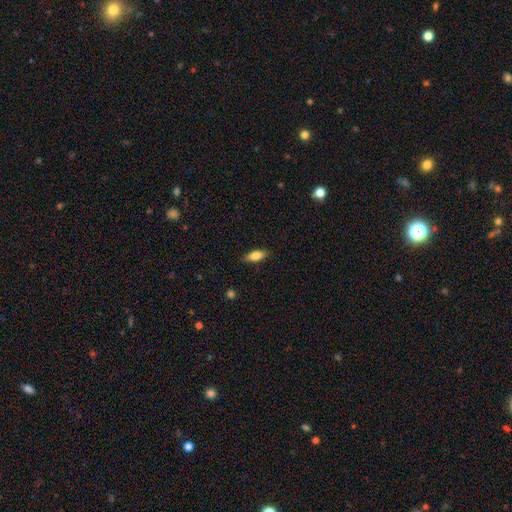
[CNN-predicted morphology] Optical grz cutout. It shows a smooth galaxy with no disk features (79%) that is in between round and cigar-shaped (75%). Merging: none (86%).